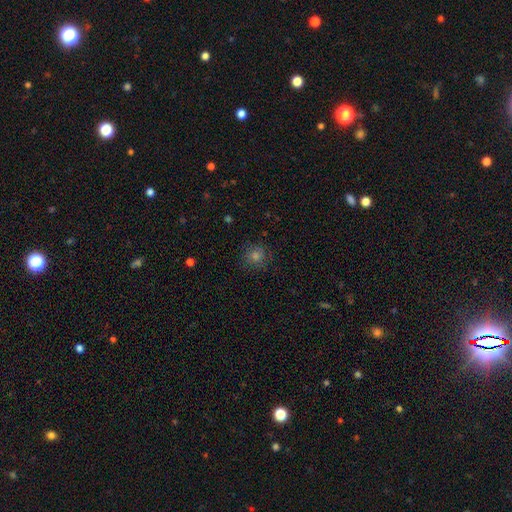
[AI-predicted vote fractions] Morphology: type=smooth (63%); roundness=round (91%); merging=none (86%).